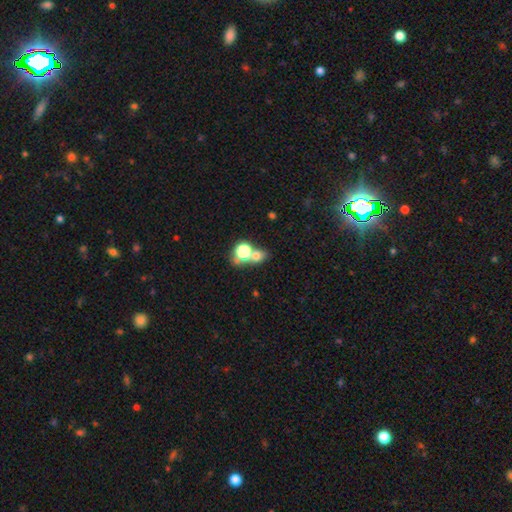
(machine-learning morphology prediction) This is likely a smooth galaxy (64%). How rounded: likely round (63%). Merging: possibly none (50%).